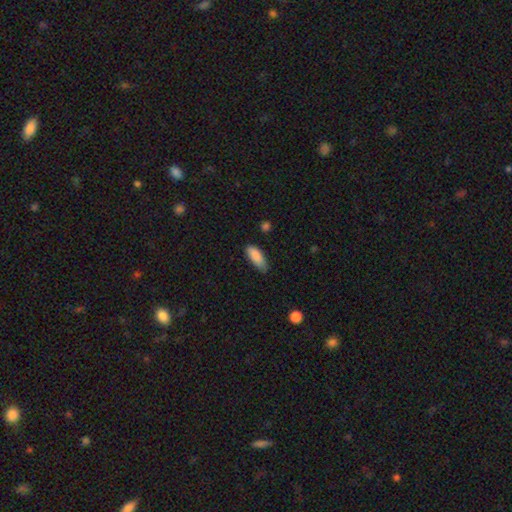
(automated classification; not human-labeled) The model was most divided on "merging": none: 64%, minor disturbance: 30%, major disturbance: 4%, merger: 2%. More confident: smooth or featured — smooth (88%); how rounded — in between (77%).